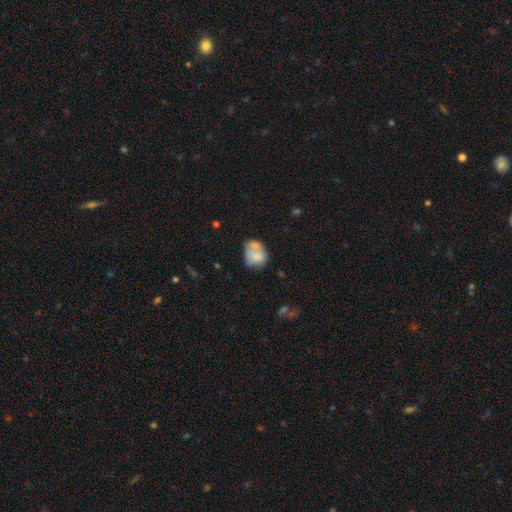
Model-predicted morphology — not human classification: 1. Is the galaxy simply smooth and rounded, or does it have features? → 71% smooth, 20% featured or disk, 8% star or artifact.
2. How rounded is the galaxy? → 52% round, 47% in between, 1% cigar-shaped.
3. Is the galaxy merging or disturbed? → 35% merger, 34% none, 21% minor disturbance, 9% major disturbance.